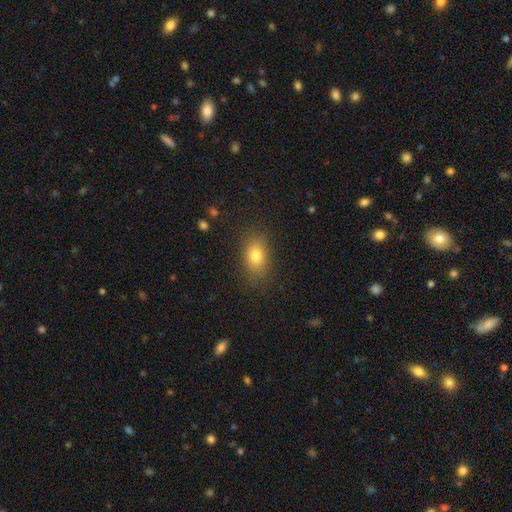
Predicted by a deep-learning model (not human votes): Overall: smooth (80%). How rounded: in between (83%). Merging: none (84%).